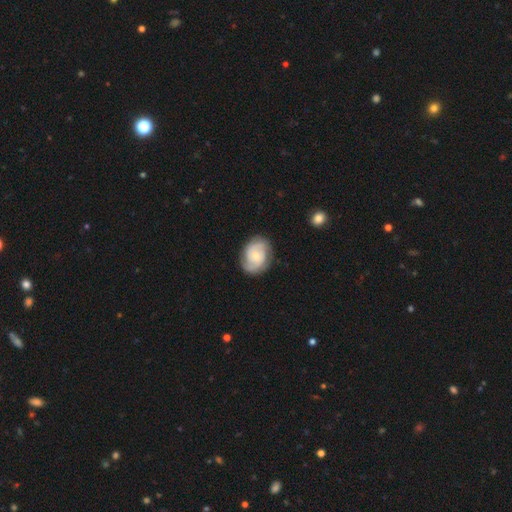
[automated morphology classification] smooth_or_featured: featured or disk (p=0.70) [alt: smooth p=0.24]
disk_edge_on: no (p=0.97) [alt: yes p=0.03]
bar: no (p=0.67) [alt: weak p=0.28]
has_spiral_arms: yes (p=0.91) [alt: no p=0.09]
spiral_winding: tight (p=0.52) [alt: medium p=0.37]
spiral_arm_count: 2 (p=0.65) [alt: can't tell p=0.18]
bulge_size: small (p=0.58) [alt: moderate p=0.37]
merging: none (p=0.79) [alt: minor disturbance p=0.15]